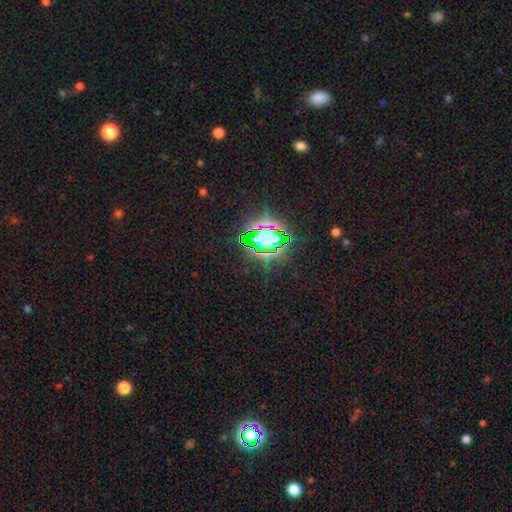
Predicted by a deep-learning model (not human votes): Smooth or featured? Predicted: star or artifact (p=0.79).